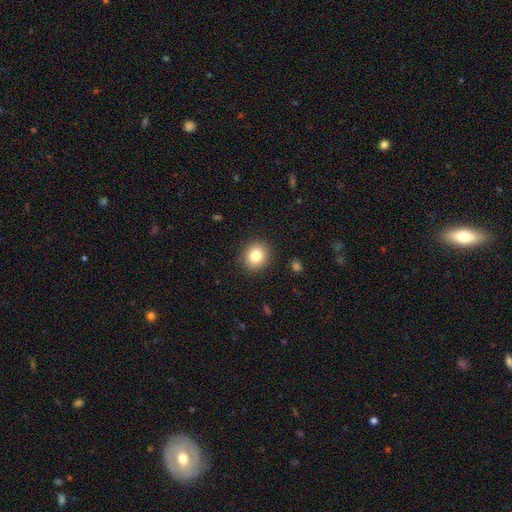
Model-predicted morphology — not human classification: Q: Smooth or featured?
A: smooth (82%); runner-up: star or artifact (10%)
Q: How rounded?
A: round (81%); runner-up: in between (18%)
Q: Merging?
A: none (90%); runner-up: minor disturbance (7%)